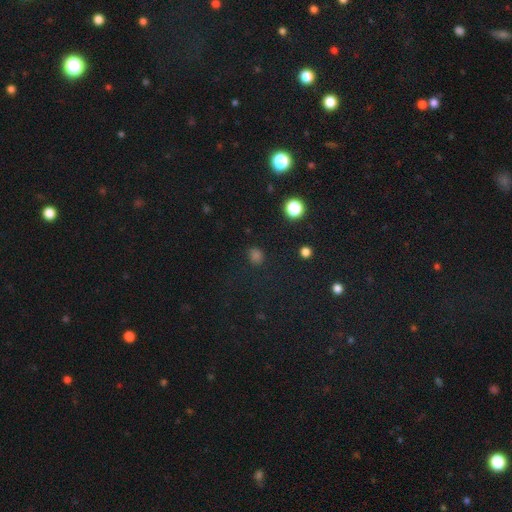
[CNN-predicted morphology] This appears to be a smooth galaxy with no disk features (70%) that is round (73%). Merging: none (82%).